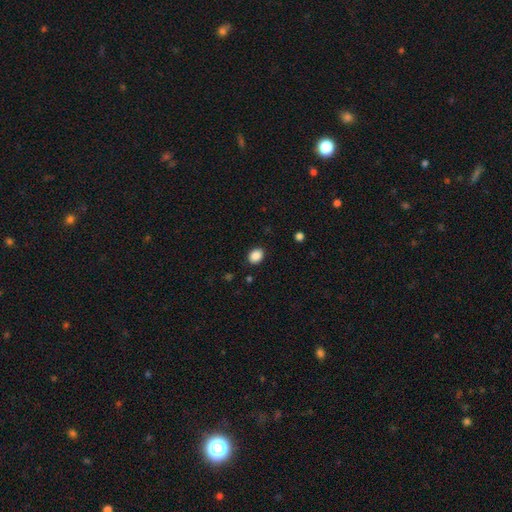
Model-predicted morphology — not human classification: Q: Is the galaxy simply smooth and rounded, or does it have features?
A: smooth — 88%.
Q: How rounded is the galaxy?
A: in between — 59%.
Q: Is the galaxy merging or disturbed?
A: none — 88%.